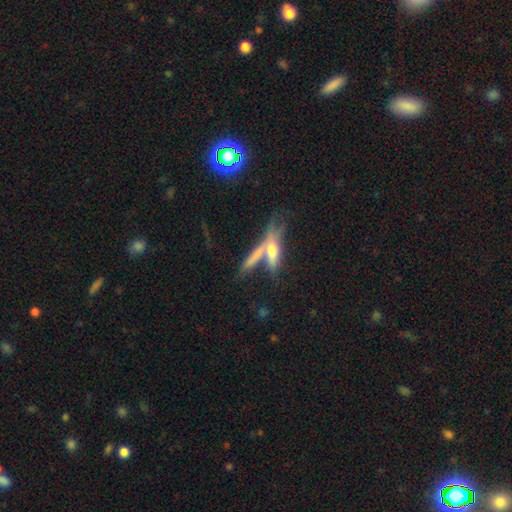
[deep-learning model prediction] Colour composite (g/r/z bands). It shows a smooth galaxy with no disk features (50%) that is cigar-shaped (68%). Merging: merger (47%).